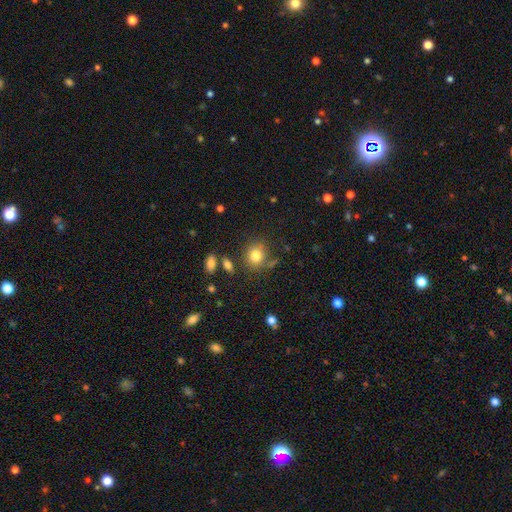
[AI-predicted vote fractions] This is clearly a smooth galaxy (81%). How rounded: likely round (70%). Merging: likely none (74%).